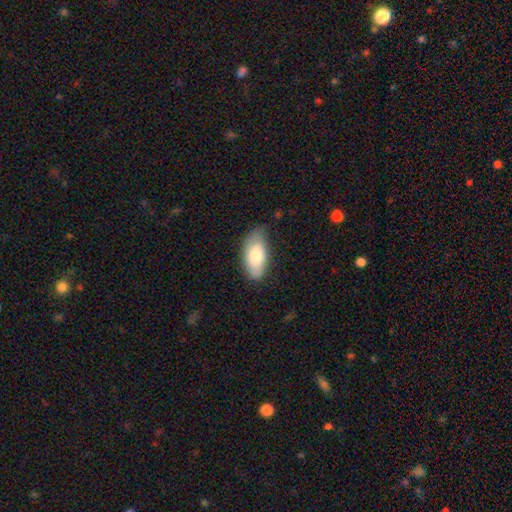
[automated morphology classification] Smooth or featured: smooth — 77% (featured or disk — 17%)
How rounded: in between — 90% (cigar-shaped — 7%)
Merging: none — 68% (minor disturbance — 26%)